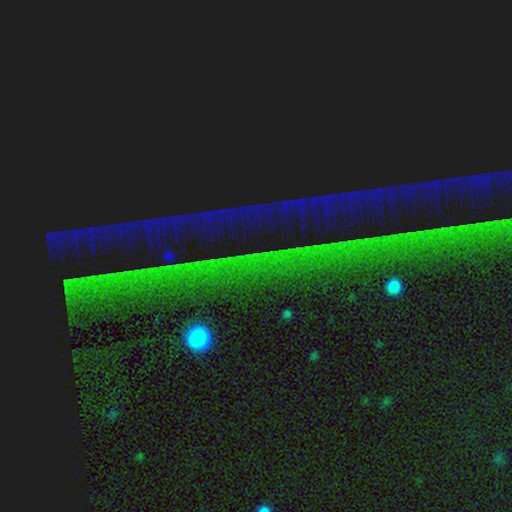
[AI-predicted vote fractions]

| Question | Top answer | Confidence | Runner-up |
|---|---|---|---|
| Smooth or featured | star or artifact | 87% | featured or disk (7%) |